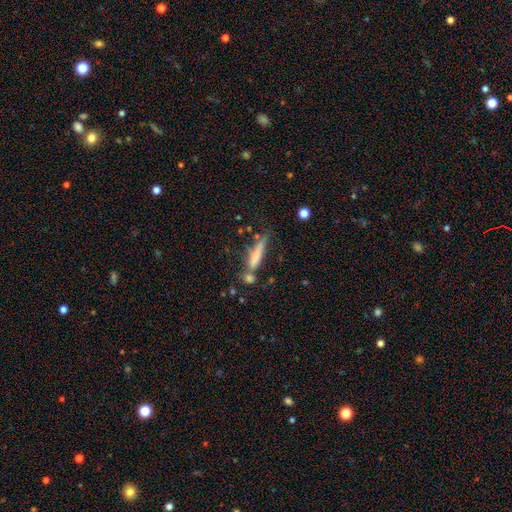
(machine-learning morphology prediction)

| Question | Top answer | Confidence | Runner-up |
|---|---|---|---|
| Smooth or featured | smooth | 56% | featured or disk (33%) |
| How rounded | cigar-shaped | 86% | in between (12%) |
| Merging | none | 47% | merger (21%) |